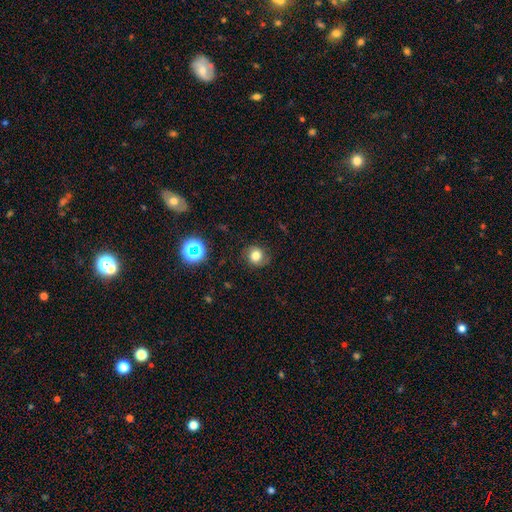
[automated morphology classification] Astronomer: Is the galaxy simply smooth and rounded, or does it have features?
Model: smooth — 73%.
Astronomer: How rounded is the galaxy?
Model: round — 81%.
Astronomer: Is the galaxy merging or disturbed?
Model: none — 79%.